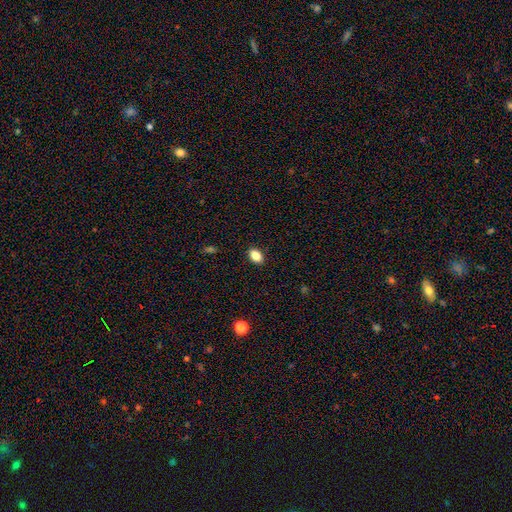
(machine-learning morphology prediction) Q: Smooth or featured?
A: smooth (86%); runner-up: star or artifact (9%)
Q: How rounded?
A: in between (83%); runner-up: round (16%)
Q: Merging?
A: none (90%); runner-up: minor disturbance (8%)